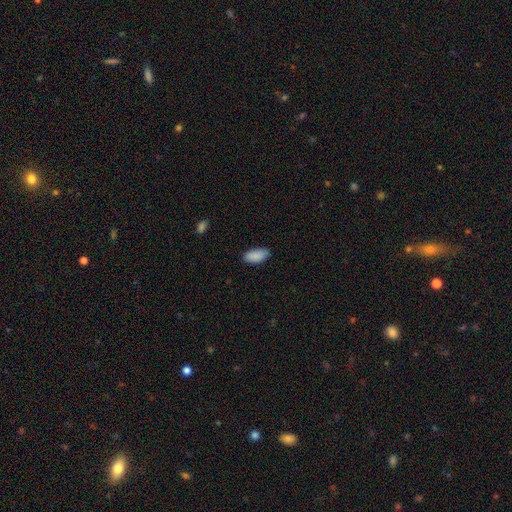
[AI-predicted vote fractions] Smooth or featured?
  - smooth: 89% *
  - star or artifact: 6%
  - featured or disk: 5%
How rounded?
  - in between: 92% *
  - cigar-shaped: 7%
  - round: 2%
Merging?
  - none: 85% *
  - minor disturbance: 12%
  - major disturbance: 2%
  - merger: 1%